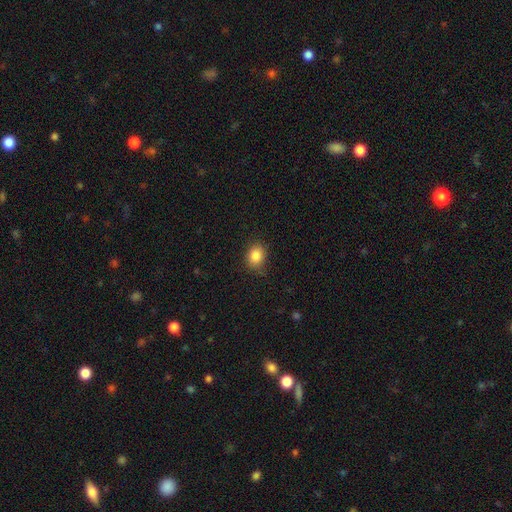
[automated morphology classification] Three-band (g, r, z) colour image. It shows a smooth galaxy with no disk features (85%) that is round (55%). Merging: none (80%).